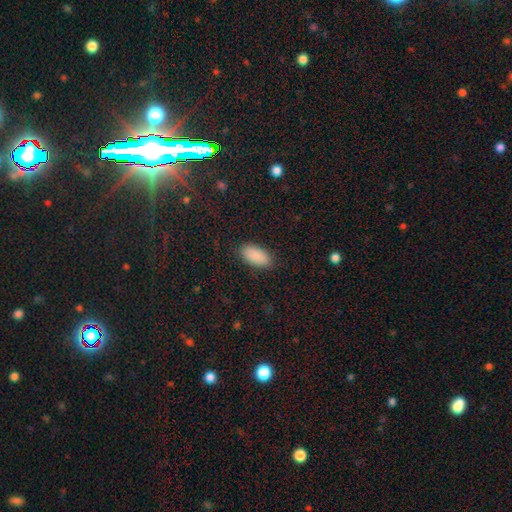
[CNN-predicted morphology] smooth-or-featured: smooth: 90% | star or artifact: 7% | featured or disk: 4%
  how-rounded: in between: 94% | cigar-shaped: 4% | round: 2%
  merging: none: 88% | minor disturbance: 9% | major disturbance: 2% | merger: 1%